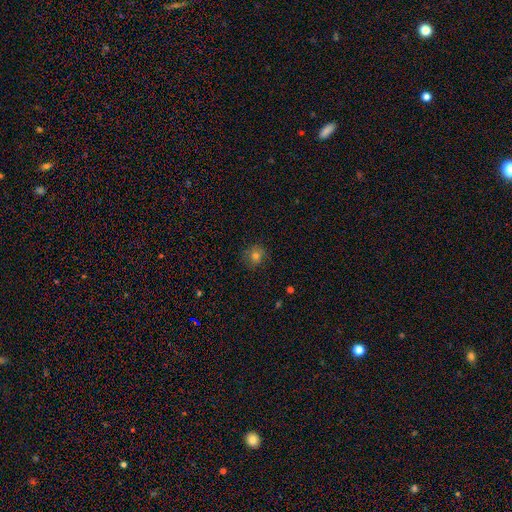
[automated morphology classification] Smooth or featured?
  - smooth: 77% *
  - star or artifact: 14%
  - featured or disk: 9%
How rounded?
  - round: 77% *
  - in between: 22%
  - cigar-shaped: 1%
Merging?
  - none: 81% *
  - minor disturbance: 14%
  - major disturbance: 4%
  - merger: 1%